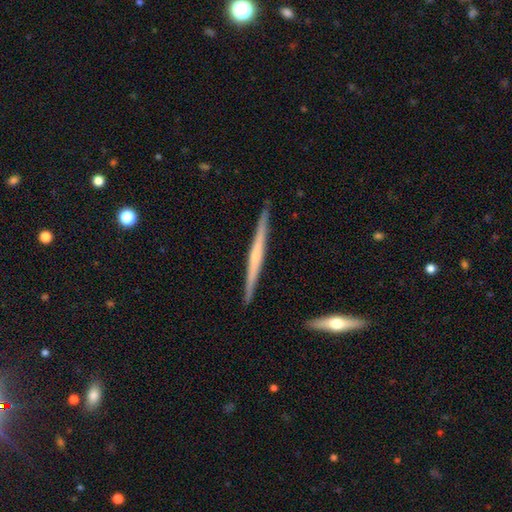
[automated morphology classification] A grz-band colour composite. It shows a featured or disk galaxy (66%) viewed edge-on (98%) with no central bulge (52%). Merging: none (90%).